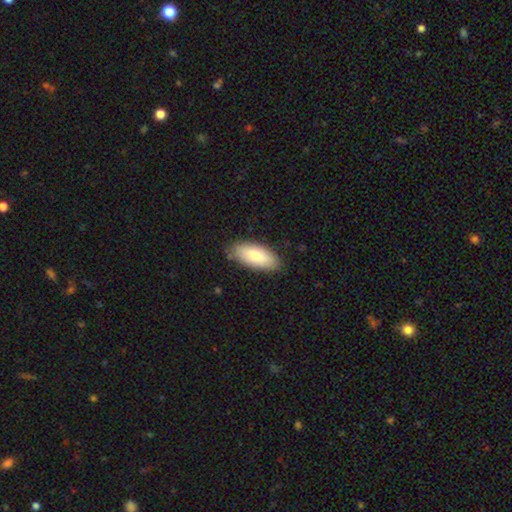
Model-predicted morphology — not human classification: smooth_or_featured: smooth (p=0.75) [alt: featured or disk p=0.19]
how_rounded: in between (p=0.87) [alt: cigar-shaped p=0.11]
merging: none (p=0.84) [alt: minor disturbance p=0.12]